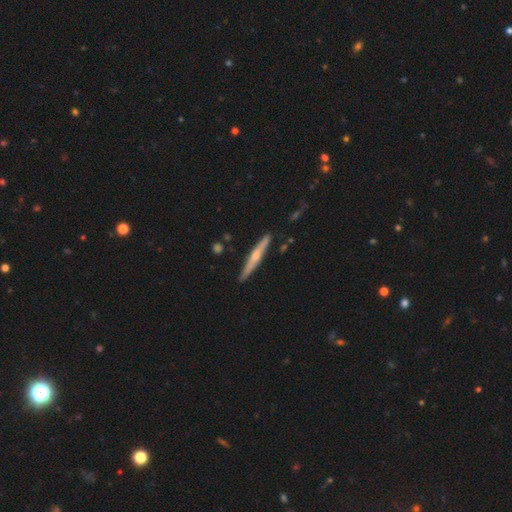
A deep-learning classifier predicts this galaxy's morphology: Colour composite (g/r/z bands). It shows a featured or disk galaxy (65%) viewed edge-on (97%) with a rounded central bulge (81%). Merging: none (88%).